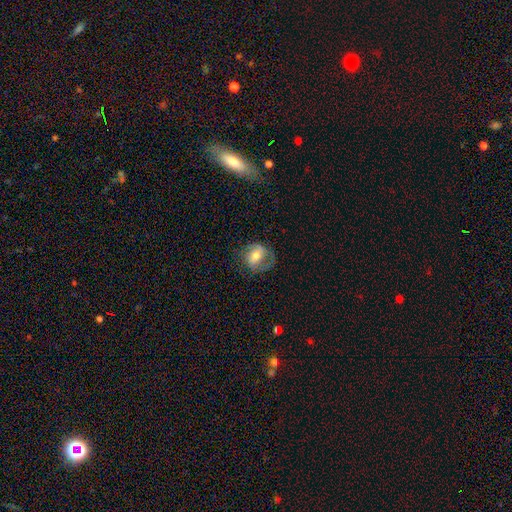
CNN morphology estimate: The model was most divided on "bar": weak: 41%, strong: 31%, no: 28%. More confident: edge-on disk — no (96%); spiral arms — yes (80%); merging — none (64%); bulge size — moderate (61%); smooth or featured — featured or disk (59%).